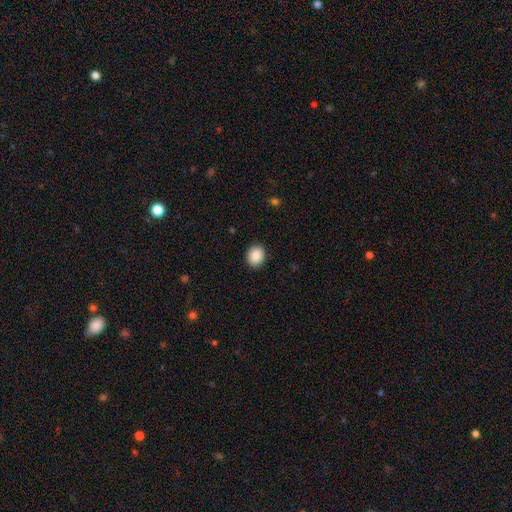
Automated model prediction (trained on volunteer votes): Overall: smooth (88%). How rounded: round (57%; in between 42%). Merging: none (90%).